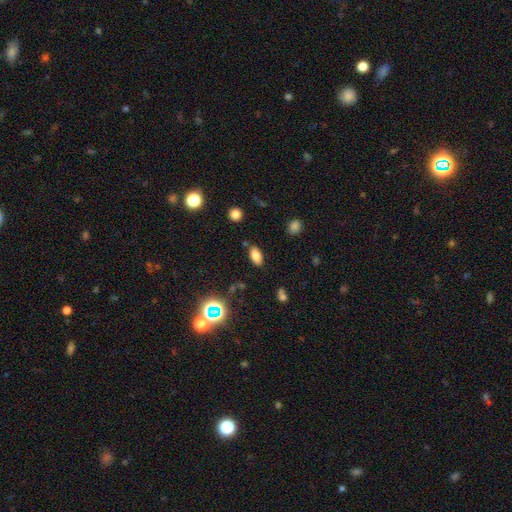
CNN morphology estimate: type=smooth (78%); roundness=in between (90%); merging=none (83%).